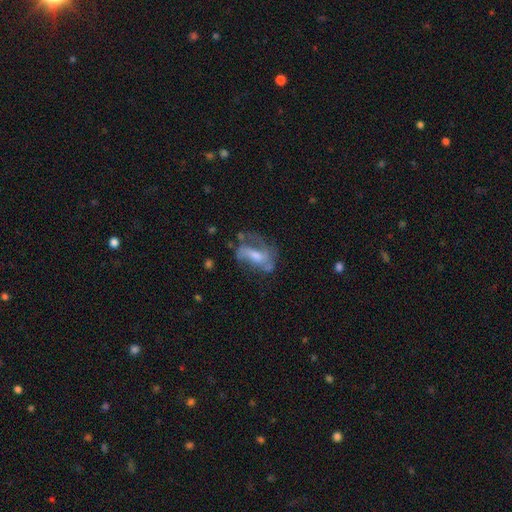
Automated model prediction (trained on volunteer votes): Morphology: type=featured or disk (68%); edge-on=no (93%); bar=weak (40%); spiral arms=yes (72%); bulge=moderate (46%); merging=none (43%).